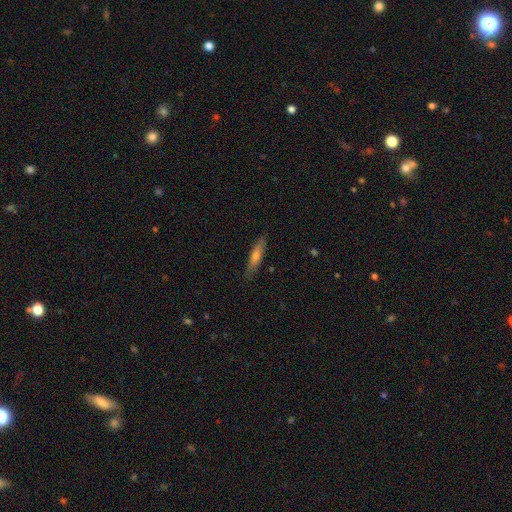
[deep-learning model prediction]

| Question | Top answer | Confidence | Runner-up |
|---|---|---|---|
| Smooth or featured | smooth | 58% | featured or disk (36%) |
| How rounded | cigar-shaped | 84% | in between (14%) |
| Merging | none | 85% | minor disturbance (12%) |